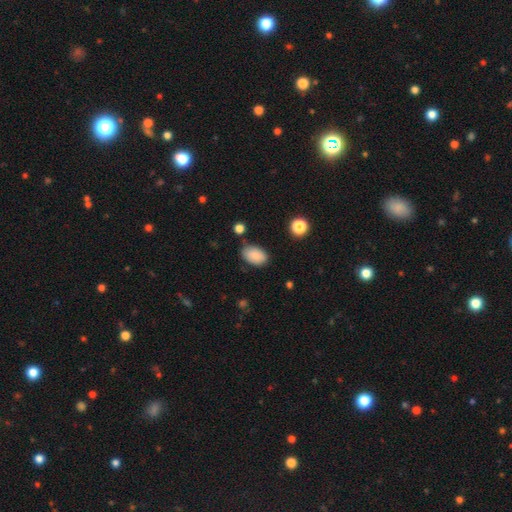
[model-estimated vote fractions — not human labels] Q: Smooth or featured?
A: smooth (87%); runner-up: star or artifact (8%)
Q: How rounded?
A: in between (90%); runner-up: round (9%)
Q: Merging?
A: none (75%); runner-up: minor disturbance (17%)